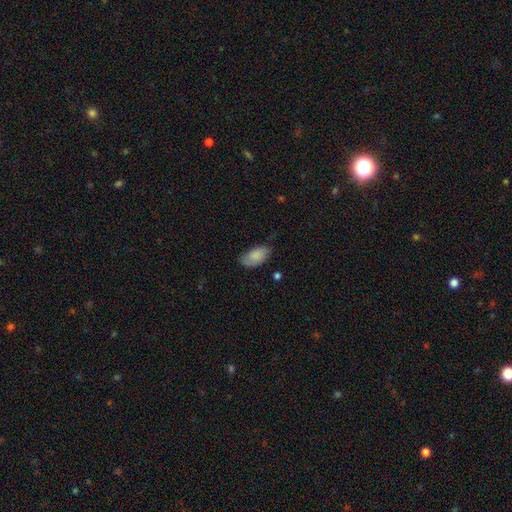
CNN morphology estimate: Smooth or featured? Predicted: smooth (p=0.86). How rounded? Predicted: in between (p=0.94). Merging? Predicted: none (p=0.70).